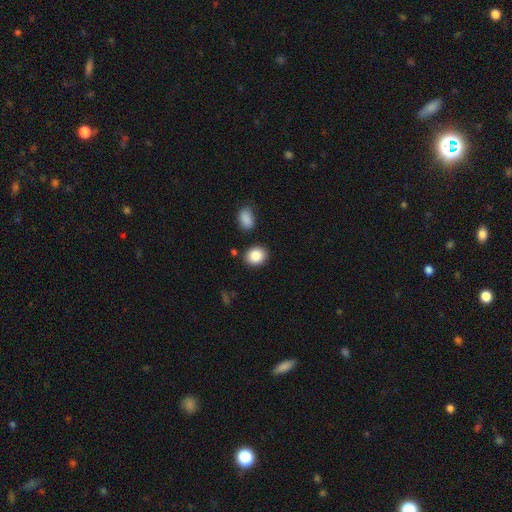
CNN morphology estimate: Smooth or featured?
  - smooth: 86% *
  - star or artifact: 8%
  - featured or disk: 6%
How rounded?
  - round: 57% *
  - in between: 42%
  - cigar-shaped: 1%
Merging?
  - none: 85% *
  - minor disturbance: 8%
  - merger: 4%
  - major disturbance: 2%